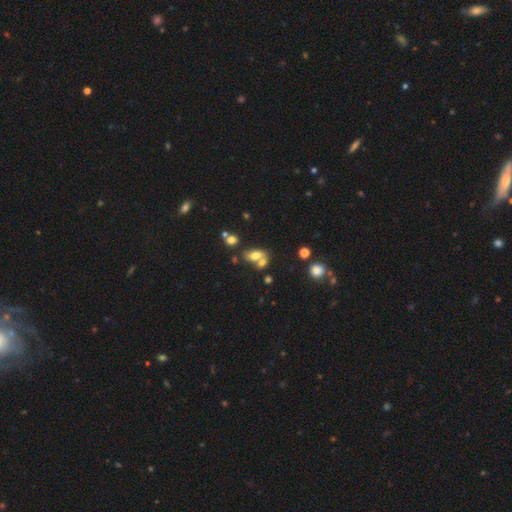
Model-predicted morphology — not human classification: This is likely a smooth galaxy (69%). How rounded: clearly in between (84%). Merging: possibly merger (46%).